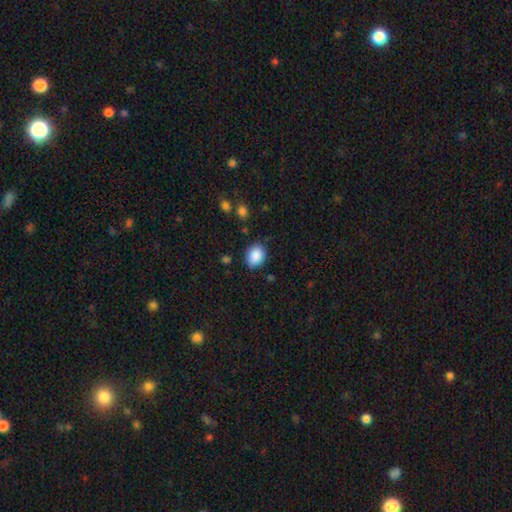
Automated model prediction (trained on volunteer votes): smooth 88%, star or artifact 8%, featured or disk 4%. Down the decision tree: how rounded — round (50%); merging — none (81%).